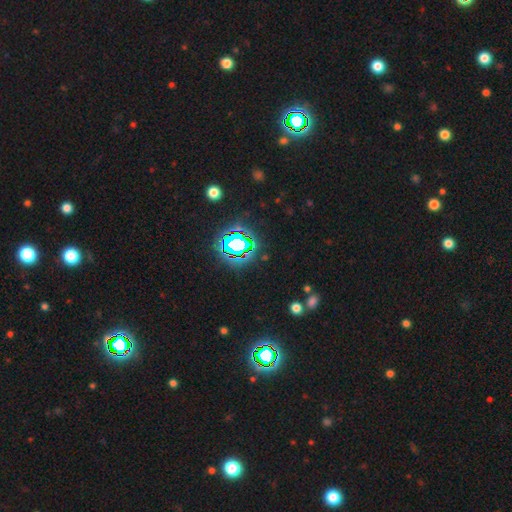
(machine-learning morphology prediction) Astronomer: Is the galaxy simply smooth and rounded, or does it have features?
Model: star or artifact — 81%.